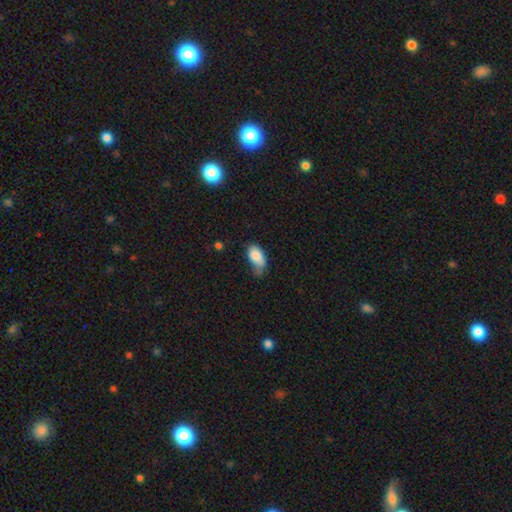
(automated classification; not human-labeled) This is clearly a smooth galaxy (83%). How rounded: clearly in between (92%). Merging: marginally minor disturbance (40%).